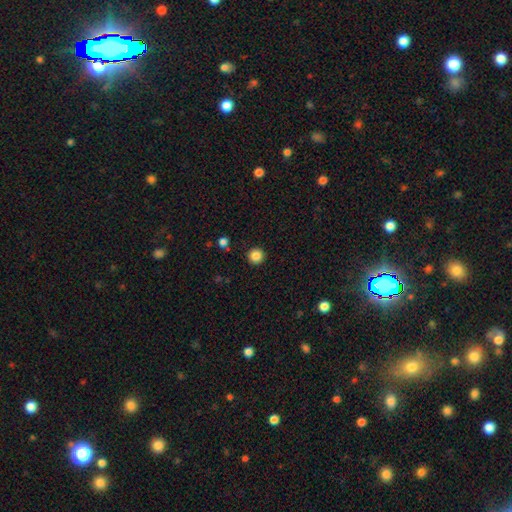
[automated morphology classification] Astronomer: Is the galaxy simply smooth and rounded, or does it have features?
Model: smooth — 86%.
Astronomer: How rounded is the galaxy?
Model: round — 96%.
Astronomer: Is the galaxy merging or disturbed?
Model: none — 93%.